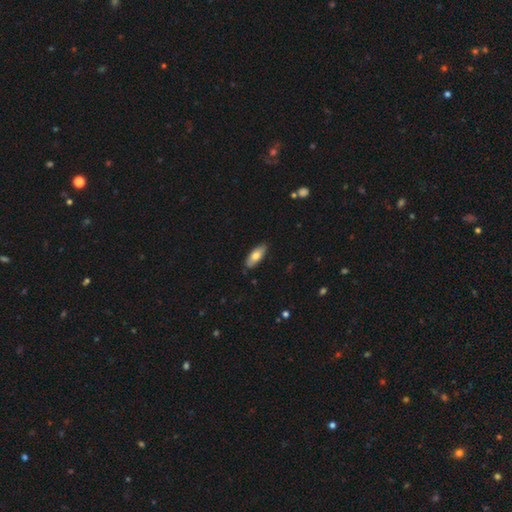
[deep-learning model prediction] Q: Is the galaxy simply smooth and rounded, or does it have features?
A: smooth — 74%.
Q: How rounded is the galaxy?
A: in between — 77%.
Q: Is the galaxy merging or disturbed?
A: none — 86%.